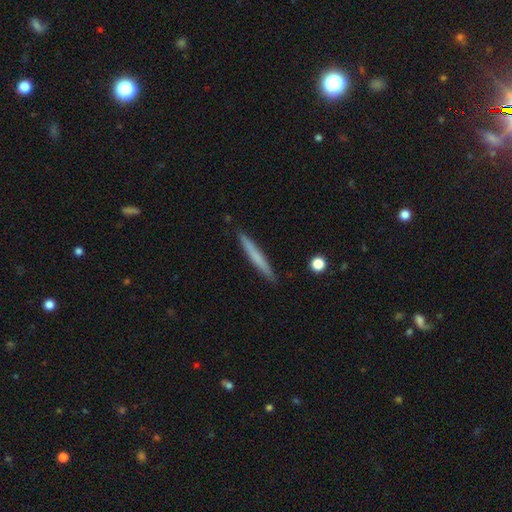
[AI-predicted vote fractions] A smooth galaxy with no disk features (63%) that is cigar-shaped (96%).

Vote fractions:
- Smooth or featured? smooth: 63% / featured or disk: 31% / star or artifact: 6%
- How rounded? cigar-shaped: 96% / in between: 2% / round: 1%
- Merging? none: 91% / minor disturbance: 7% / major disturbance: 1% / merger: 1%